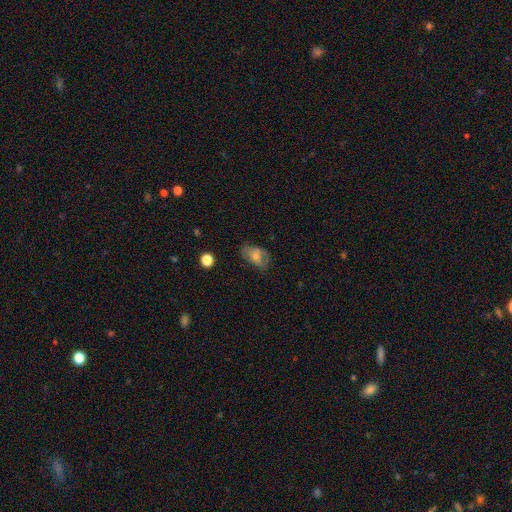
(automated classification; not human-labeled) smooth_or_featured: smooth (p=0.52) [alt: featured or disk p=0.37]
how_rounded: in between (p=0.83) [alt: round p=0.14]
merging: none (p=0.60) [alt: minor disturbance p=0.27]